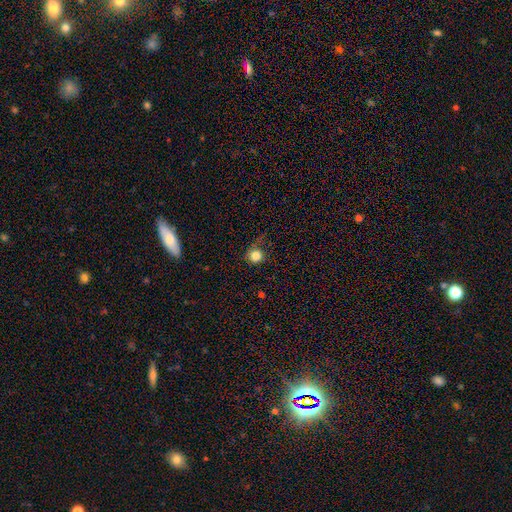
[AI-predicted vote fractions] Smooth or featured: smooth — 82% (star or artifact — 12%)
How rounded: round — 92% (in between — 7%)
Merging: none — 69% (minor disturbance — 19%)